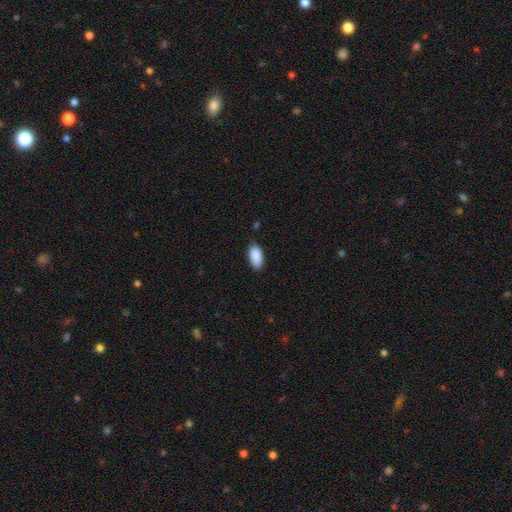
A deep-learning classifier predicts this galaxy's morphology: This is clearly a smooth galaxy (90%). How rounded: clearly in between (93%). Merging: clearly none (81%).